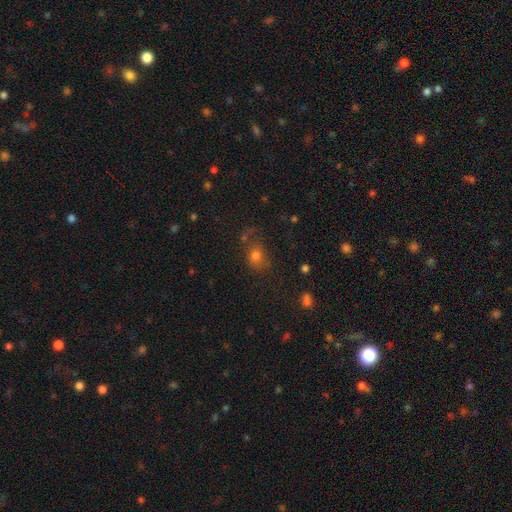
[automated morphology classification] smooth_or_featured: smooth (p=0.71) [alt: star or artifact p=0.17]
how_rounded: round (p=0.50) [alt: in between p=0.48]
merging: none (p=0.54) [alt: minor disturbance p=0.20]